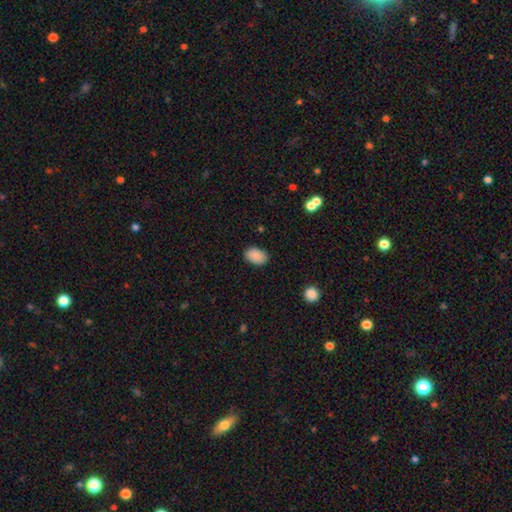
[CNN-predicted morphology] The model was most divided on "how rounded": in between: 86%, round: 13%, cigar-shaped: 1%. More confident: smooth or featured — smooth (89%); merging — none (87%).